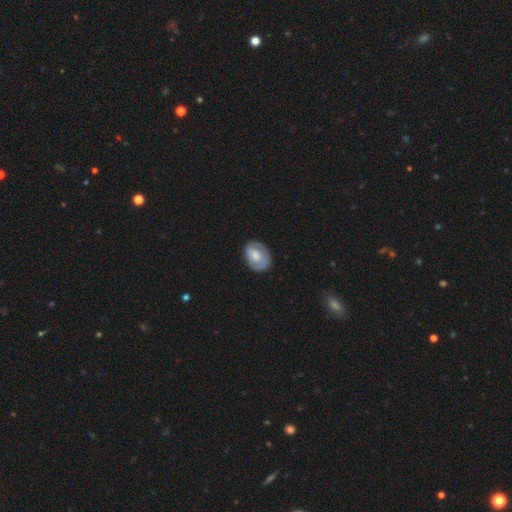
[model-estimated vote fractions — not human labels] Overall: smooth (47%, tied with featured or disk). Merging: none (76%).